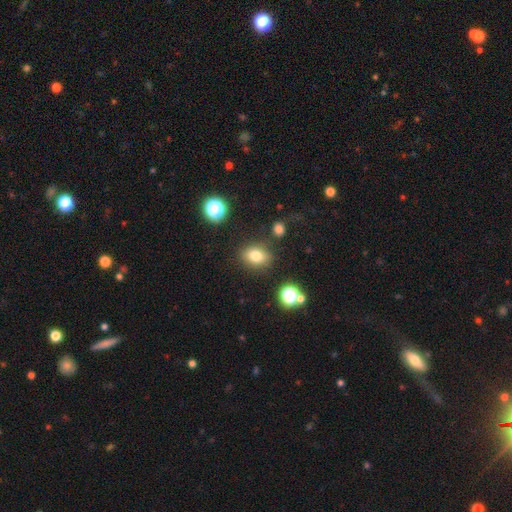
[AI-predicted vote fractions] Smooth or featured? smooth (78%)
How rounded? in between (59%)
Merging? none (81%)